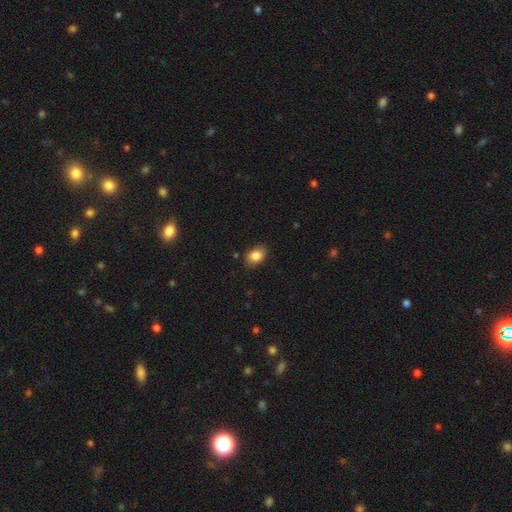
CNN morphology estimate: A smooth galaxy with no disk features (85%) that is in between round and cigar-shaped (75%). Merging: none (83%).